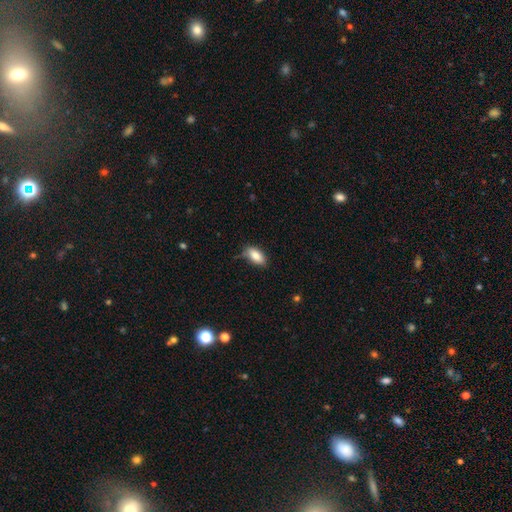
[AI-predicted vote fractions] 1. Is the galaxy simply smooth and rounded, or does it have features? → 85% smooth, 8% featured or disk, 7% star or artifact.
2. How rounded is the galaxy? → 90% in between, 7% cigar-shaped, 3% round.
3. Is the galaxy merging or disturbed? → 73% none, 21% minor disturbance, 4% major disturbance, 2% merger.